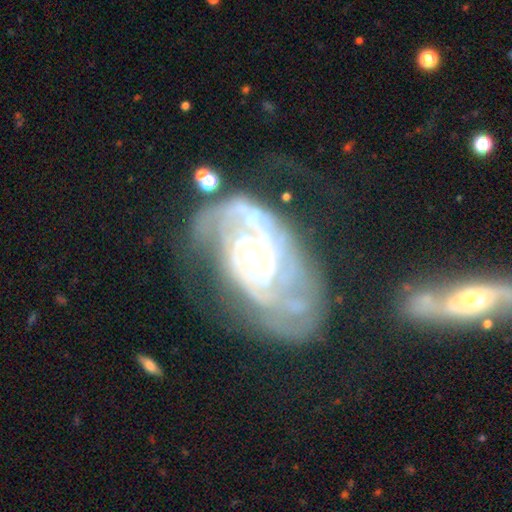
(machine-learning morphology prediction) Smooth or featured?
  - featured or disk: 86% *
  - smooth: 8%
  - star or artifact: 6%
Edge-on disk?
  - no: 97% *
  - yes: 3%
Bar?
  - no: 74% *
  - weak: 19%
  - strong: 6%
Spiral arms?
  - yes: 88% *
  - no: 12%
Spiral winding?
  - tight: 64% *
  - medium: 27%
  - loose: 10%
Spiral arm count?
  - can't tell: 36% *
  - 2: 34%
  - 3: 12%
  - 1: 8%
  - 4: 5%
  - more than 4: 4%
Bulge size?
  - small: 53% *
  - moderate: 42%
  - large: 3%
  - none: 1%
  - dominant: 1%
Merging?
  - none: 35% *
  - major disturbance: 34%
  - minor disturbance: 22%
  - merger: 9%